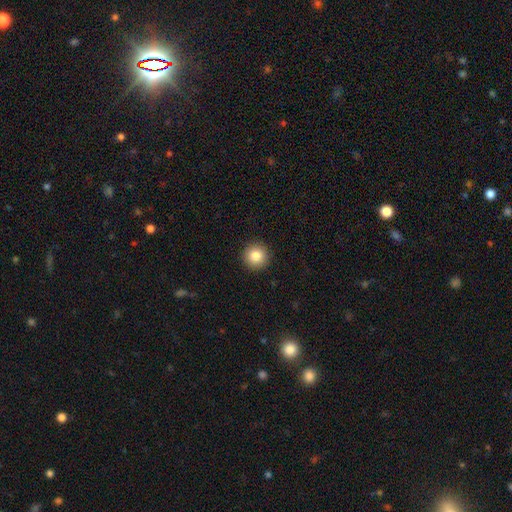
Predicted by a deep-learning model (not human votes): Smooth or featured? Predicted: smooth (p=0.84). How rounded? Predicted: round (p=0.95). Merging? Predicted: none (p=0.93).